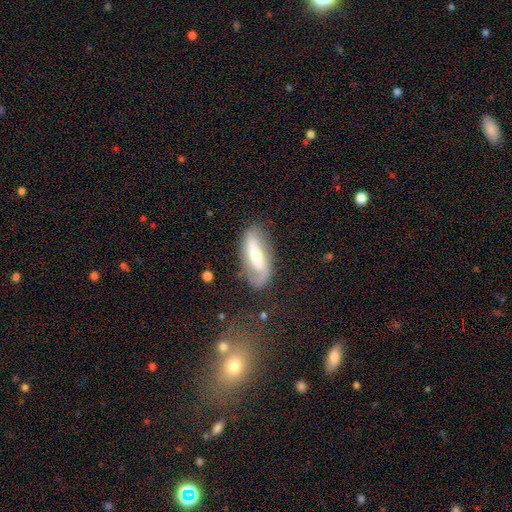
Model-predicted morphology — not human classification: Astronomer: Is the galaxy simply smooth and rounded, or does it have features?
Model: featured or disk — 66%.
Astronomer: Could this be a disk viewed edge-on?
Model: no — 87%.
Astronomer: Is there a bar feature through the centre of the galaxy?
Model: strong — 44% (runner-up: weak, 31%).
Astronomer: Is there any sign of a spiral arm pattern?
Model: yes — 83%.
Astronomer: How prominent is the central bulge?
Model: moderate — 50% (runner-up: small, 26%).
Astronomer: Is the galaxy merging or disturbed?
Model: none — 74%.